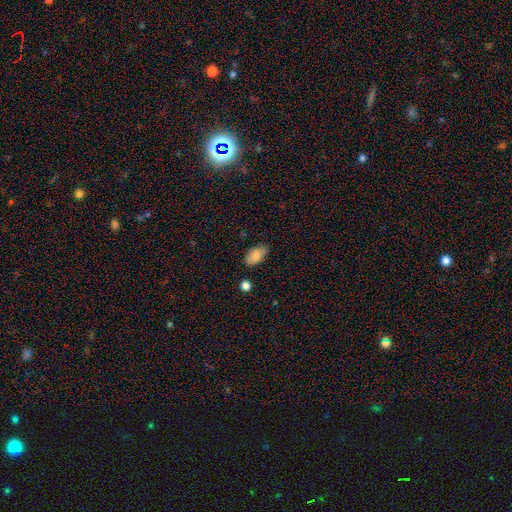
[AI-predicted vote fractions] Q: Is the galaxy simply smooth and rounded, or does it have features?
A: smooth — 83%.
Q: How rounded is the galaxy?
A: in between — 93%.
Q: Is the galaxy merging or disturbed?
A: none — 79%.